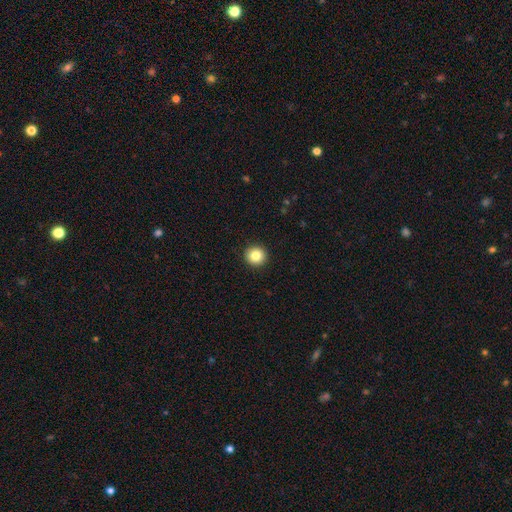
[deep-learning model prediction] smooth 83%, star or artifact 10%, featured or disk 7%. Down the decision tree: how rounded — round (95%); merging — none (94%).